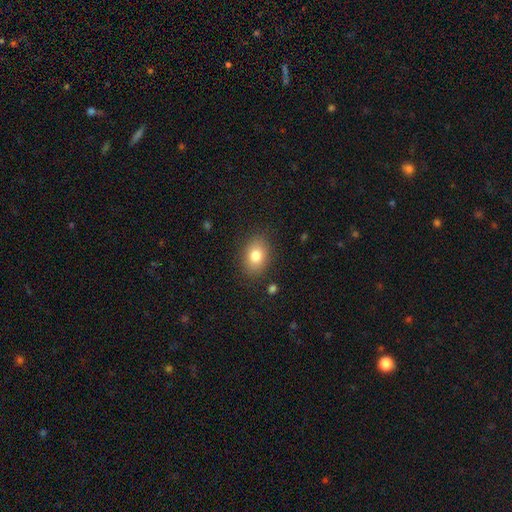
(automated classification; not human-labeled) Overall: smooth (80%). How rounded: in between (72%). Merging: none (85%).